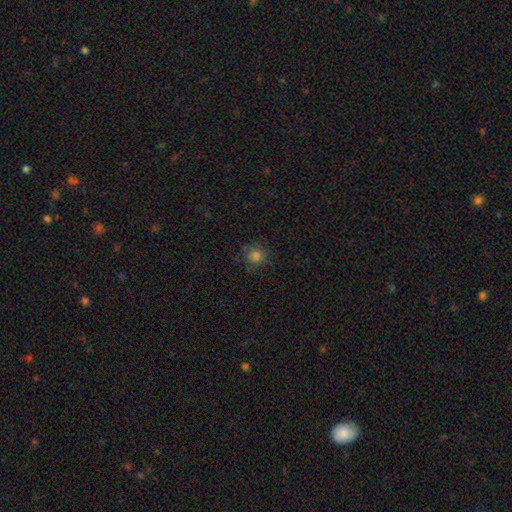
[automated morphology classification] smooth-or-featured: smooth: 77% | star or artifact: 16% | featured or disk: 7%
  how-rounded: round: 91% | in between: 8% | cigar-shaped: 1%
  merging: none: 80% | minor disturbance: 14% | major disturbance: 5% | merger: 1%